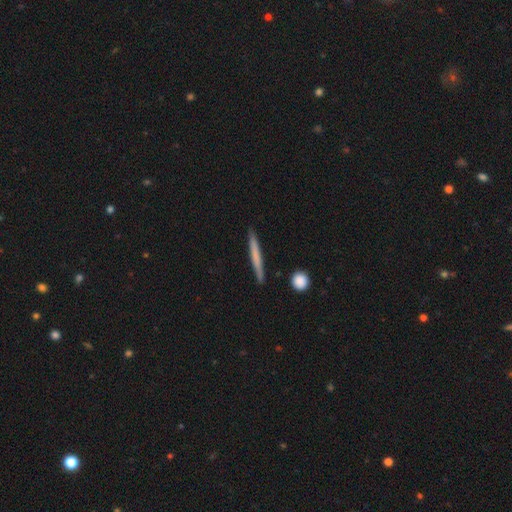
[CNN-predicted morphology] Smooth or featured? smooth (63%)
How rounded? cigar-shaped (96%)
Merging? none (89%)